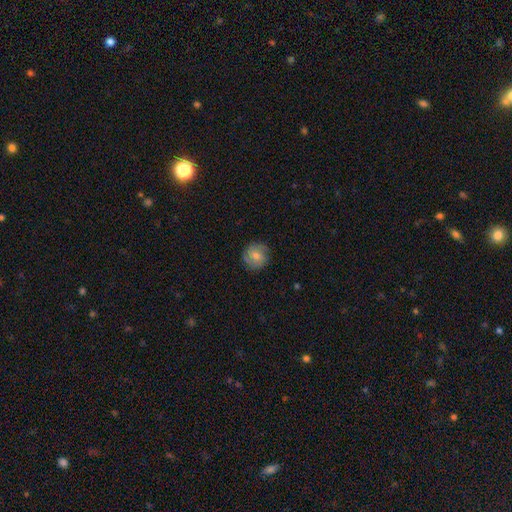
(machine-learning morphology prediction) Smooth or featured? Predicted: smooth (p=0.57). How rounded? Predicted: round (p=0.89). Merging? Predicted: none (p=0.82).